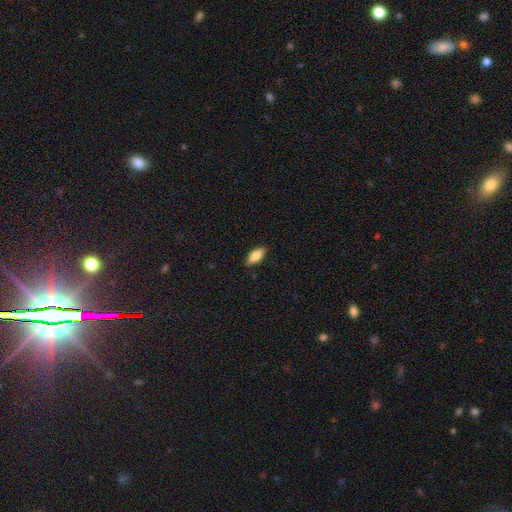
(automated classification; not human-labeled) Smooth or featured? smooth (81%)
How rounded? in between (79%)
Merging? none (85%)